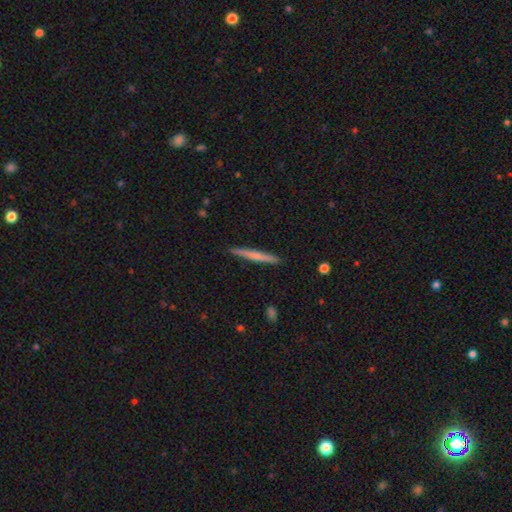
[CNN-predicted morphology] smooth 56%, featured or disk 39%, star or artifact 5%. Down the decision tree: how rounded — cigar-shaped (96%); merging — none (91%).